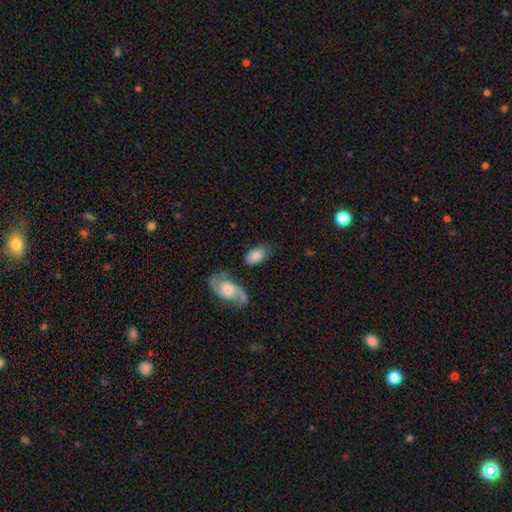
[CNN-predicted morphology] This appears to be a smooth galaxy with no disk features (70%) that is in between round and cigar-shaped (91%). Merging: none (64%).